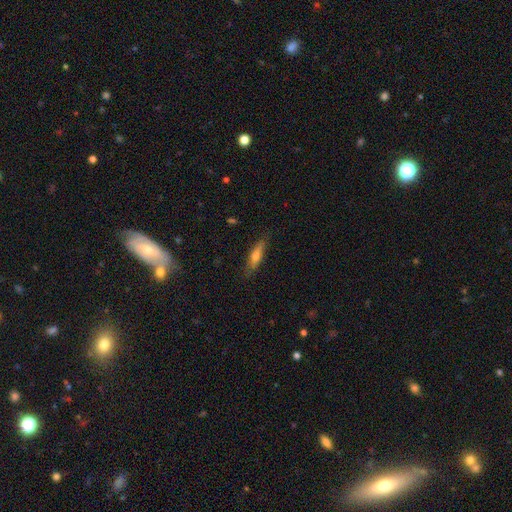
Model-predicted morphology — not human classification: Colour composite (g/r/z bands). It shows a smooth galaxy with no disk features (49%). Merging: none (83%).